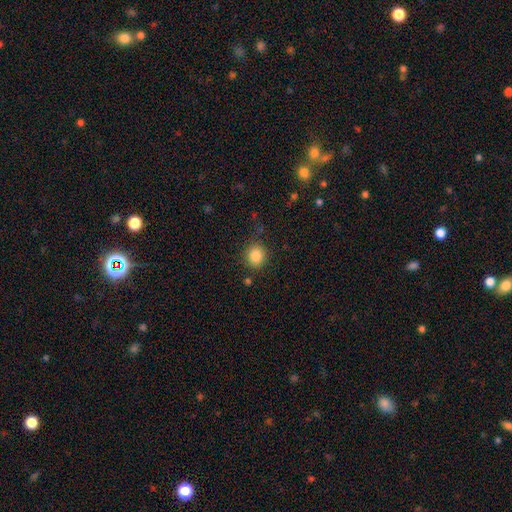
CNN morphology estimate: Q: Smooth or featured?
A: smooth (85%); runner-up: star or artifact (10%)
Q: How rounded?
A: round (84%); runner-up: in between (15%)
Q: Merging?
A: none (85%); runner-up: minor disturbance (10%)